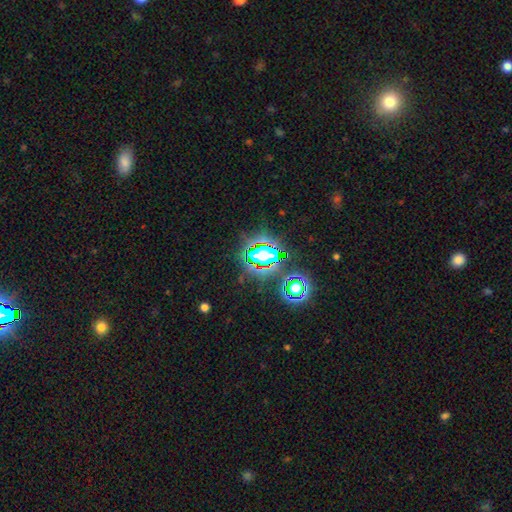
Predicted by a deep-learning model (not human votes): This appears to be a star or artifact, not a galaxy (72%).